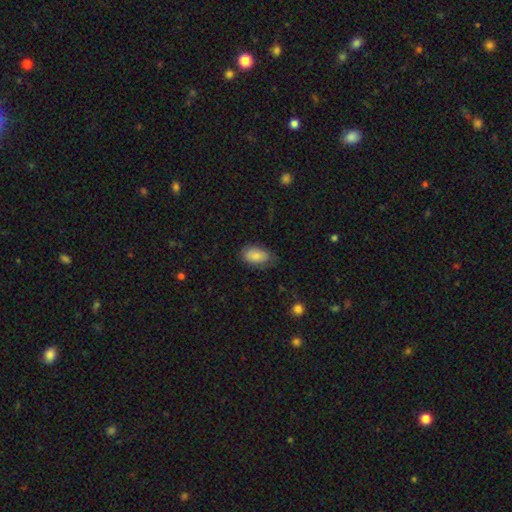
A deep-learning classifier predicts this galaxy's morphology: A smooth galaxy with no disk features (85%) that is in between round and cigar-shaped (93%). Merging: none (71%).